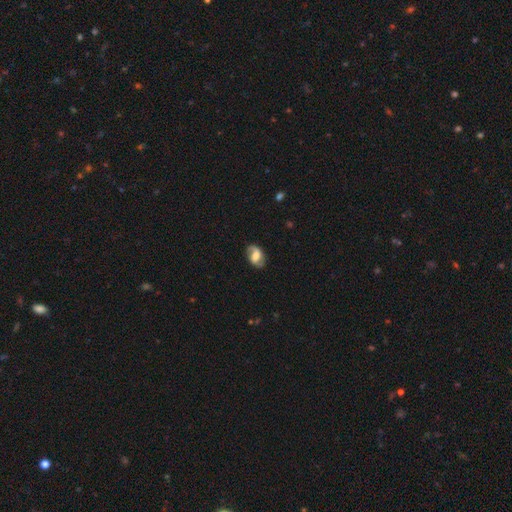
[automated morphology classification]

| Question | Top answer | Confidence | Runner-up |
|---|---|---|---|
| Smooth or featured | featured or disk | 61% | smooth (31%) |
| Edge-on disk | no | 96% | yes (4%) |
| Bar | weak | 44% | no (39%) |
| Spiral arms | yes | 88% | no (12%) |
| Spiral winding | loose | 43% | medium (40%) |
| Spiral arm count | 2 | 85% | 1 (6%) |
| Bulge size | moderate | 39% | large (34%) |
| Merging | none | 78% | minor disturbance (16%) |